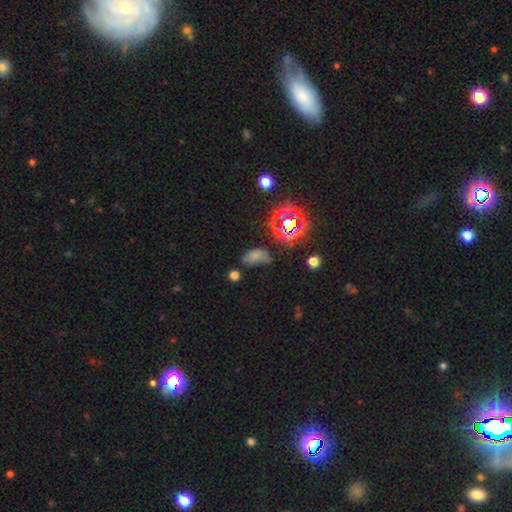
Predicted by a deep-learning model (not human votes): smooth 55%, star or artifact 30%, featured or disk 15%. Down the decision tree: how rounded — in between (85%); merging — none (38%).